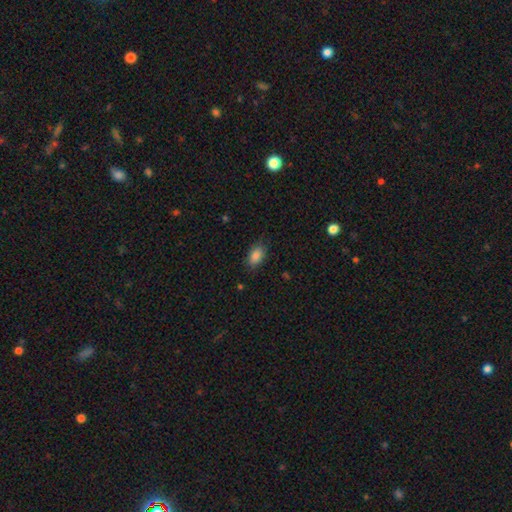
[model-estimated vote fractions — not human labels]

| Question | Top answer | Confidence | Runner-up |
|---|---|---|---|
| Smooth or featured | smooth | 86% | star or artifact (8%) |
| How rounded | in between | 89% | round (9%) |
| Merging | none | 80% | minor disturbance (15%) |